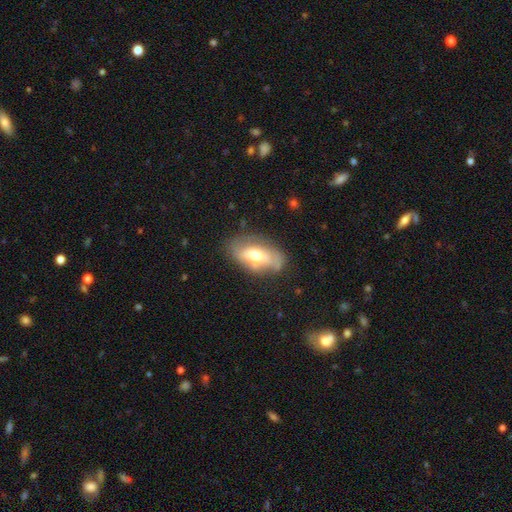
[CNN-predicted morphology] The model was most divided on "smooth or featured": smooth: 51%, featured or disk: 42%, star or artifact: 7%. More confident: how rounded — in between (87%); merging — none (64%).